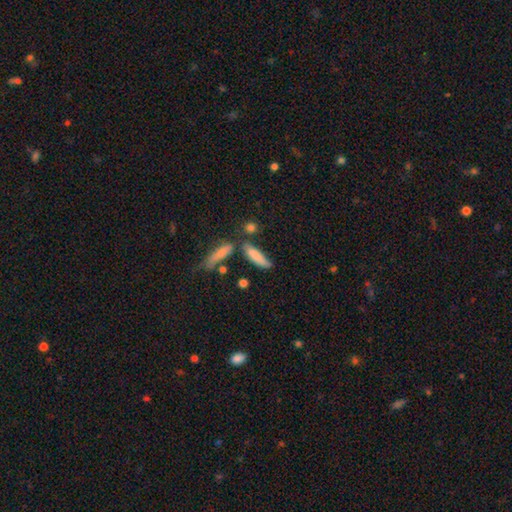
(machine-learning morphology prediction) Smooth or featured? Predicted: smooth (p=0.80). How rounded? Predicted: cigar-shaped (p=0.62). Merging? Predicted: none (p=0.55).